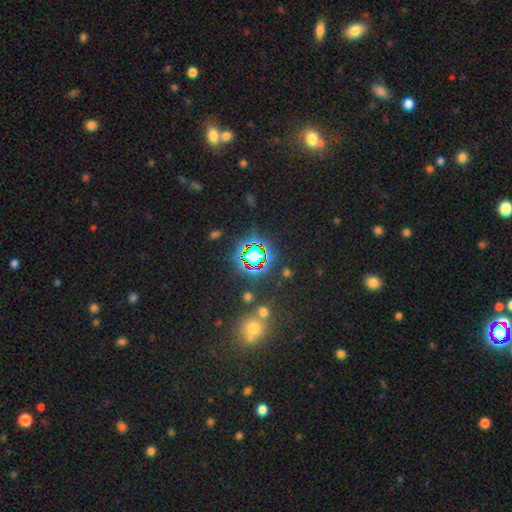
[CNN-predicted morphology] Smooth or featured? Predicted: star or artifact (p=0.75).